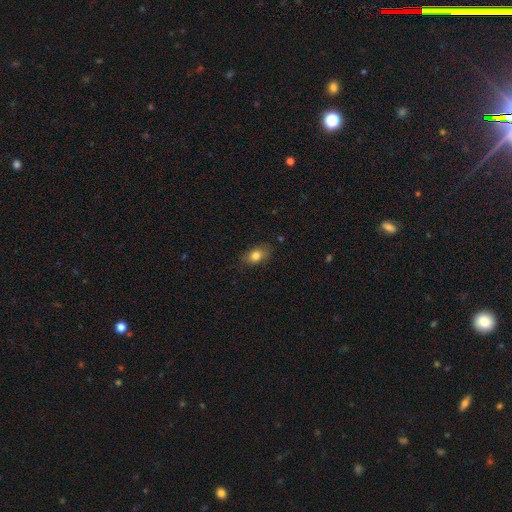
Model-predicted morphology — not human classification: A smooth galaxy with no disk features (80%) that is in between round and cigar-shaped (82%). Merging: none (78%).